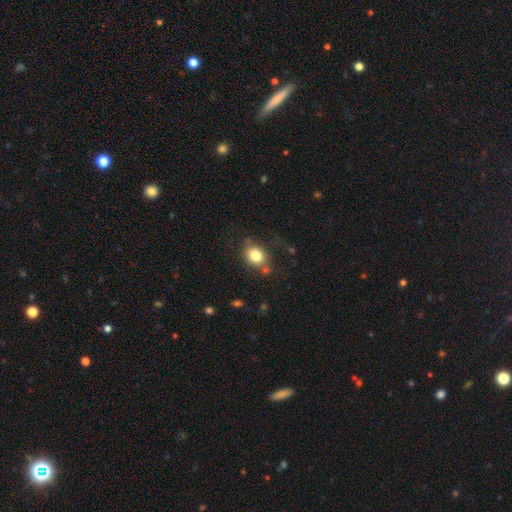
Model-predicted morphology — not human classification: A smooth galaxy with no disk features (81%) that is round (51%). Merging: none (69%).